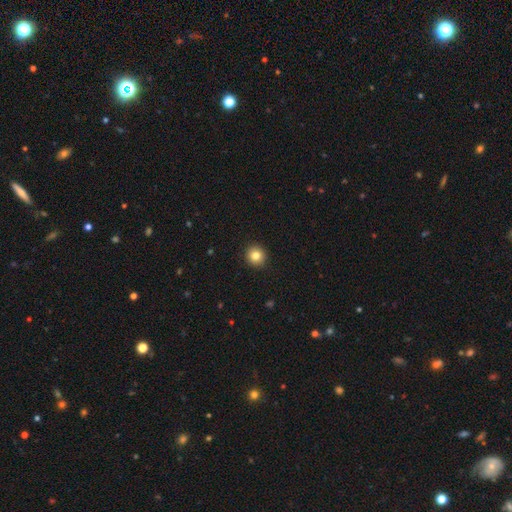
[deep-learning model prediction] smooth 82%, star or artifact 11%, featured or disk 7%. Down the decision tree: how rounded — round (93%); merging — none (93%).